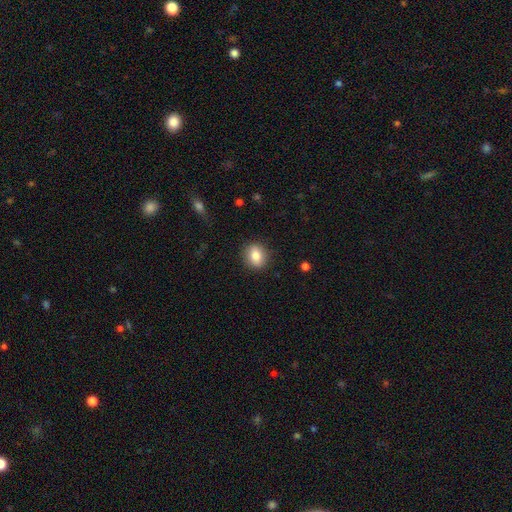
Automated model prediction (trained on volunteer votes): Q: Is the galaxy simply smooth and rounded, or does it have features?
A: smooth — 82%.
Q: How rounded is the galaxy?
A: round — 62%.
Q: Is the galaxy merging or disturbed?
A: none — 88%.